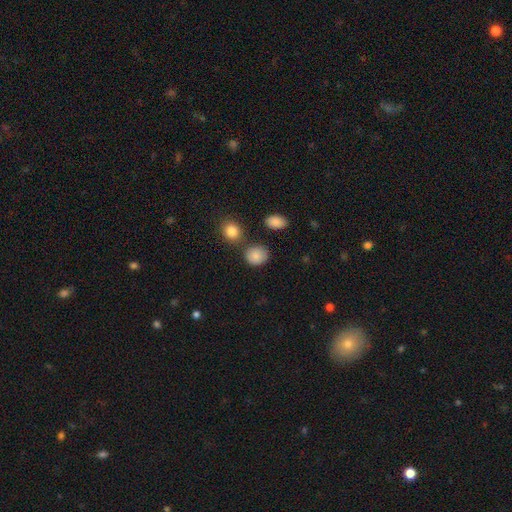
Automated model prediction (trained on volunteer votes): Smooth or featured? Predicted: smooth (p=0.84). How rounded? Predicted: round (p=0.71). Merging? Predicted: none (p=0.75).